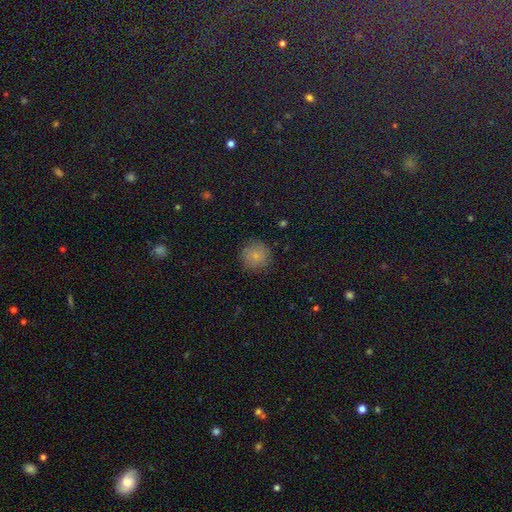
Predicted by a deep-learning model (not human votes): Overall: smooth (79%). How rounded: round (91%). Merging: none (83%).